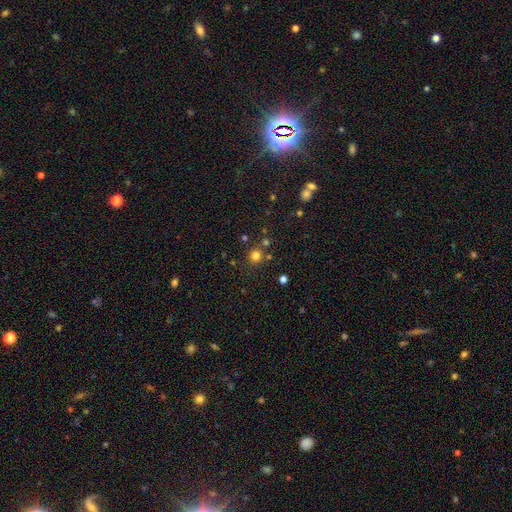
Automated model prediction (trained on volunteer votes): Smooth or featured: smooth — 77% (star or artifact — 18%)
How rounded: round — 91% (in between — 8%)
Merging: none — 79% (merger — 10%)